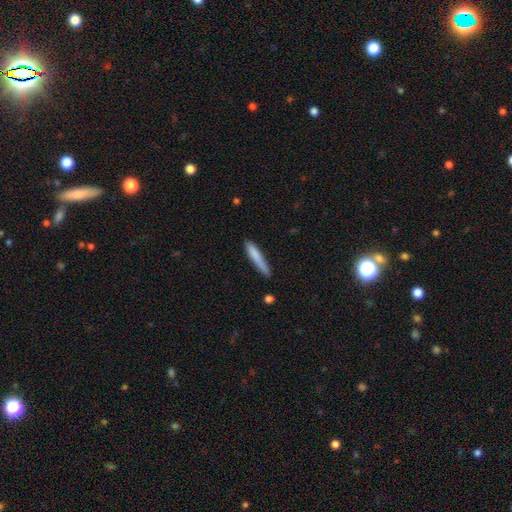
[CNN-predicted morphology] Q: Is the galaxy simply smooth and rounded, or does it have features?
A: smooth — 80%.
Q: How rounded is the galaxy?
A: cigar-shaped — 92%.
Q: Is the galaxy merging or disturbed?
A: none — 76%.